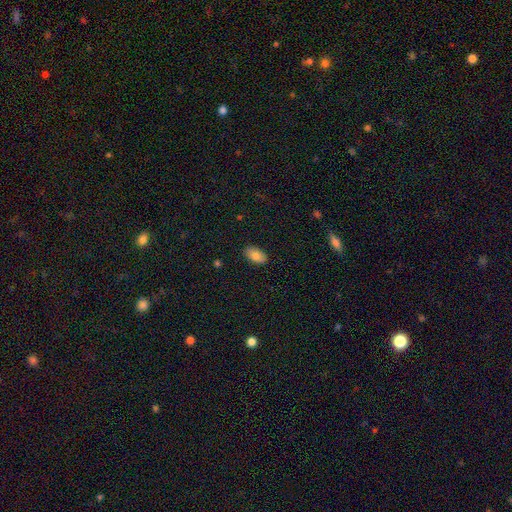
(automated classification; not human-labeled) Q: Smooth or featured?
A: smooth (83%); runner-up: featured or disk (10%)
Q: How rounded?
A: in between (93%); runner-up: round (4%)
Q: Merging?
A: none (87%); runner-up: minor disturbance (10%)